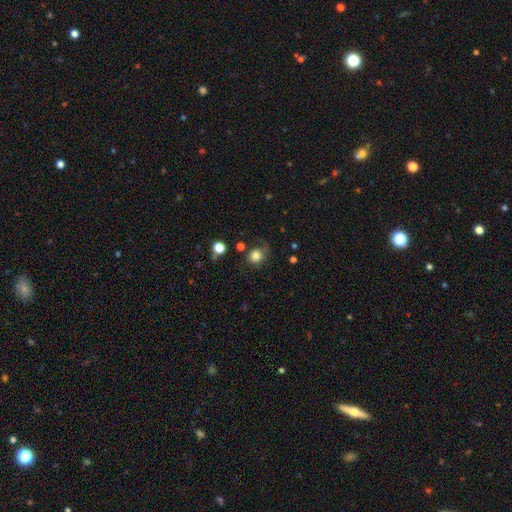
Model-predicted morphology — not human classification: The model was most divided on "merging": none: 61%, minor disturbance: 22%, major disturbance: 13%, merger: 4%. More confident: how rounded — round (81%); smooth or featured — smooth (78%).